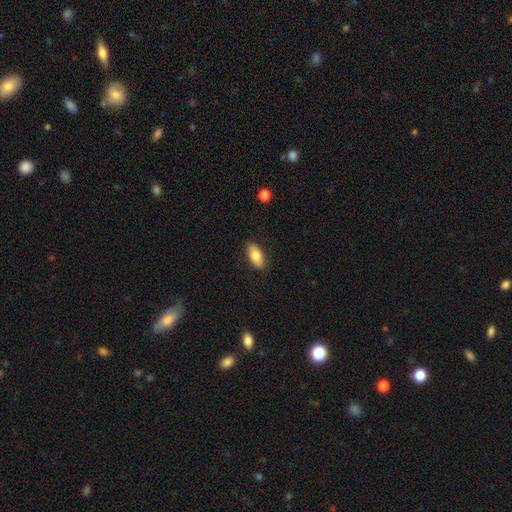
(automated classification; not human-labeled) Smooth or featured?
  - smooth: 79% *
  - featured or disk: 14%
  - star or artifact: 7%
How rounded?
  - in between: 88% *
  - cigar-shaped: 10%
  - round: 3%
Merging?
  - none: 88% *
  - minor disturbance: 9%
  - major disturbance: 2%
  - merger: 1%